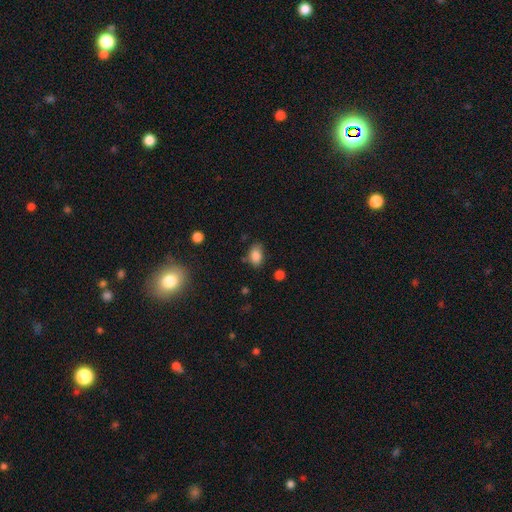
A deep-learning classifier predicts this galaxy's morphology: smooth_or_featured: smooth (p=0.85) [alt: star or artifact p=0.10]
how_rounded: in between (p=0.84) [alt: round p=0.15]
merging: none (p=0.71) [alt: minor disturbance p=0.21]